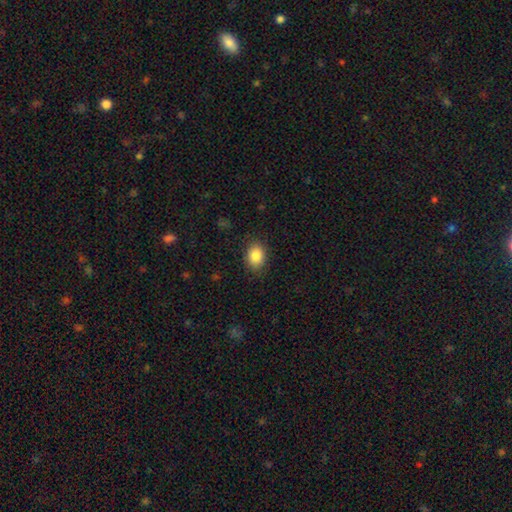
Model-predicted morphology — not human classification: A smooth galaxy with no disk features (86%) that is in between round and cigar-shaped (66%). Merging: none (86%).